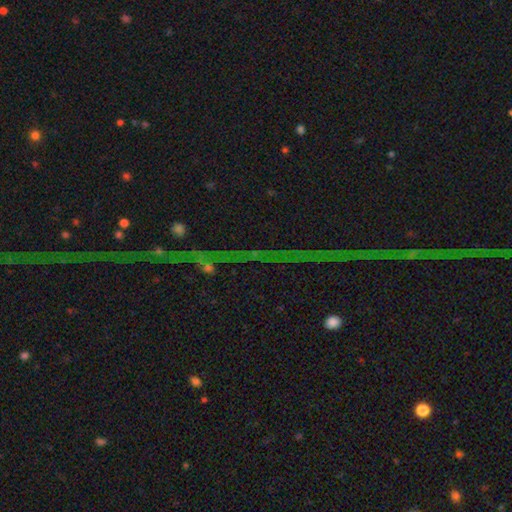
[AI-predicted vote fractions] A star or artifact, not a galaxy (83%).

Vote fractions:
- Smooth or featured? star or artifact: 83% / featured or disk: 10% / smooth: 7%